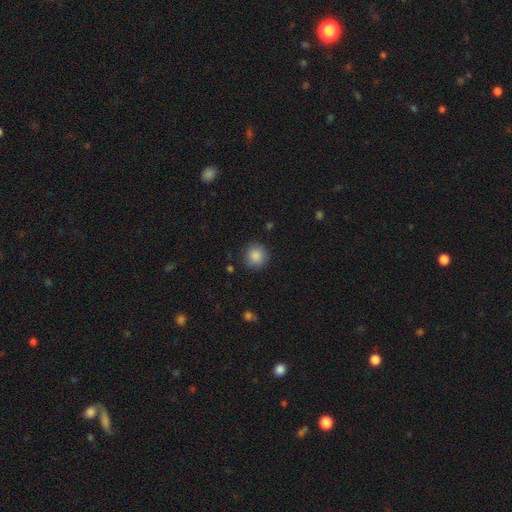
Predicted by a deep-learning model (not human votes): smooth 87%, star or artifact 9%, featured or disk 4%. Down the decision tree: how rounded — round (93%); merging — none (88%).